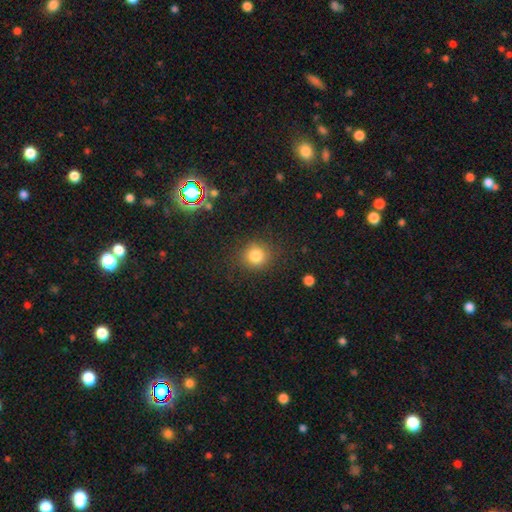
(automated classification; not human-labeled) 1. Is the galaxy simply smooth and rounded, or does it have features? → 81% smooth, 13% star or artifact, 6% featured or disk.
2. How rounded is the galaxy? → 87% round, 12% in between, 1% cigar-shaped.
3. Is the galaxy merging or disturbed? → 86% none, 9% minor disturbance, 4% major disturbance, 2% merger.